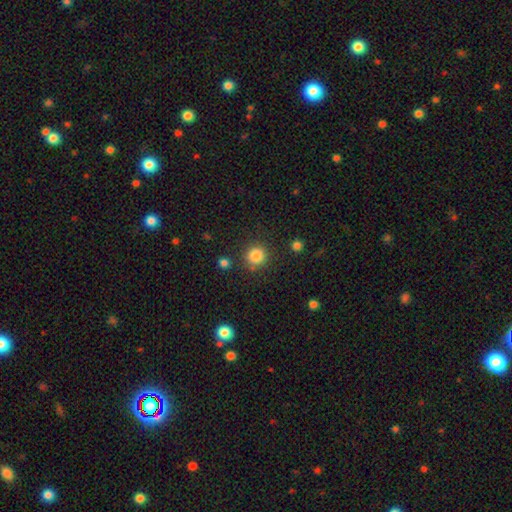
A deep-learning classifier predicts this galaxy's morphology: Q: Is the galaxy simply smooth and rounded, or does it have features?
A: smooth — 85%.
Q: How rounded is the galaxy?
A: round — 92%.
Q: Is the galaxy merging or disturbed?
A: none — 84%.